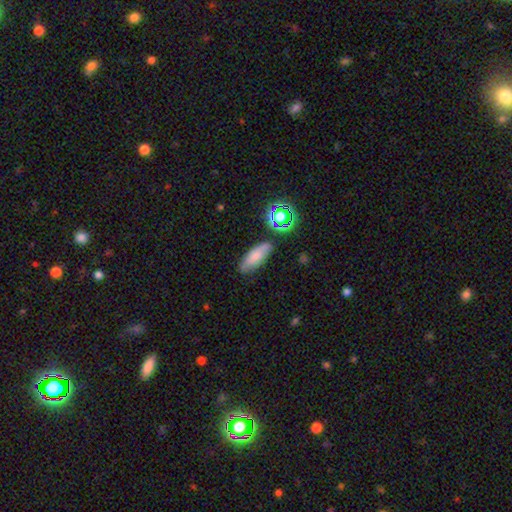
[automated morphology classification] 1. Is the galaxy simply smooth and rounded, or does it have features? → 72% smooth, 16% featured or disk, 12% star or artifact.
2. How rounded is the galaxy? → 71% in between, 25% cigar-shaped, 4% round.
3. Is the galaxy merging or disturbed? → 74% none, 16% minor disturbance, 6% merger, 4% major disturbance.